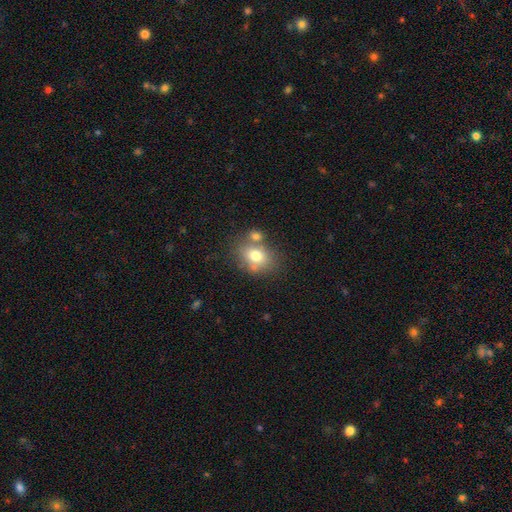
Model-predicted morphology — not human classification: Smooth or featured: smooth — 72% (featured or disk — 17%)
How rounded: in between — 53% (round — 46%)
Merging: none — 57% (merger — 24%)